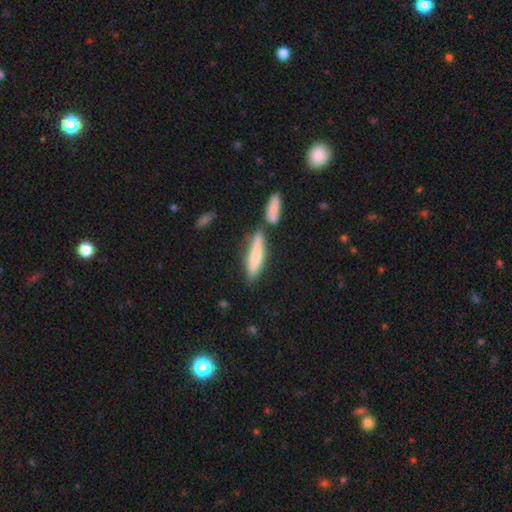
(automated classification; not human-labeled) smooth-or-featured: smooth: 67% | featured or disk: 27% | star or artifact: 6%
  how-rounded: cigar-shaped: 78% | in between: 20% | round: 2%
  merging: none: 61% | merger: 20% | minor disturbance: 15% | major disturbance: 4%